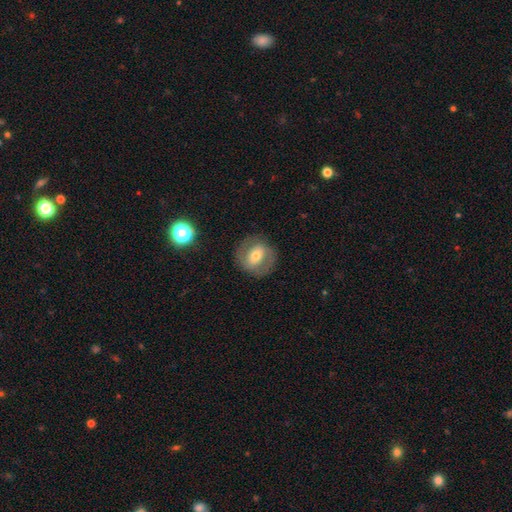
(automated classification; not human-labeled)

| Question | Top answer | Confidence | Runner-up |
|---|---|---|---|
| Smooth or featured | featured or disk | 50% | smooth (43%) |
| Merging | none | 80% | minor disturbance (12%) |